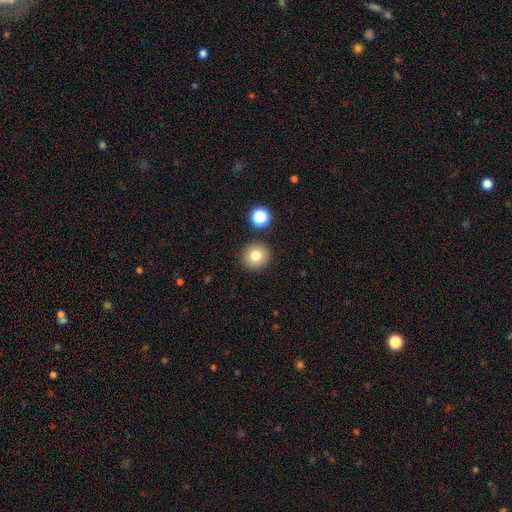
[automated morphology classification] smooth_or_featured: smooth (p=0.78) [alt: star or artifact p=0.11]
how_rounded: round (p=0.92) [alt: in between p=0.07]
merging: none (p=0.88) [alt: minor disturbance p=0.06]